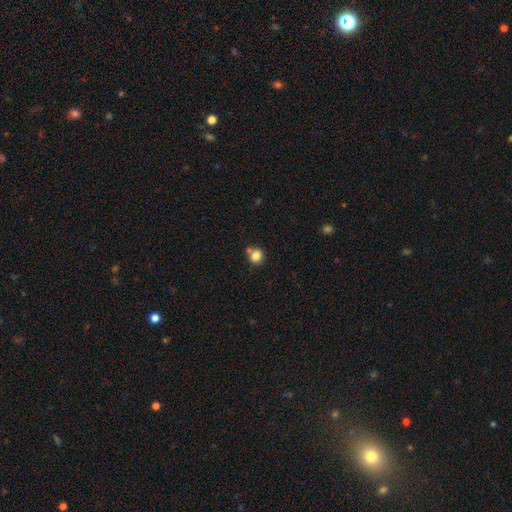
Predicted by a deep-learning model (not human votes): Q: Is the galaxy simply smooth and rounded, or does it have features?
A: smooth — 83%.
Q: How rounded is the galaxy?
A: round — 87%.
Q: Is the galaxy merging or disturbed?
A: none — 66%.